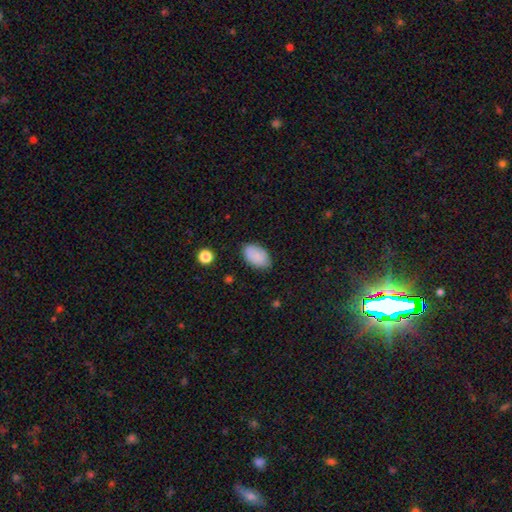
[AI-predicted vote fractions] Q: Smooth or featured?
A: smooth (87%); runner-up: star or artifact (7%)
Q: How rounded?
A: in between (93%); runner-up: round (6%)
Q: Merging?
A: none (80%); runner-up: minor disturbance (15%)